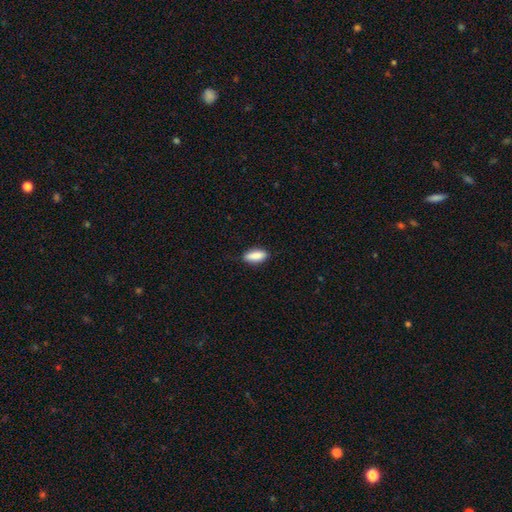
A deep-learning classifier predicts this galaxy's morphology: smooth_or_featured: smooth (p=0.87) [alt: star or artifact p=0.07]
how_rounded: in between (p=0.75) [alt: cigar-shaped p=0.22]
merging: none (p=0.83) [alt: minor disturbance p=0.13]